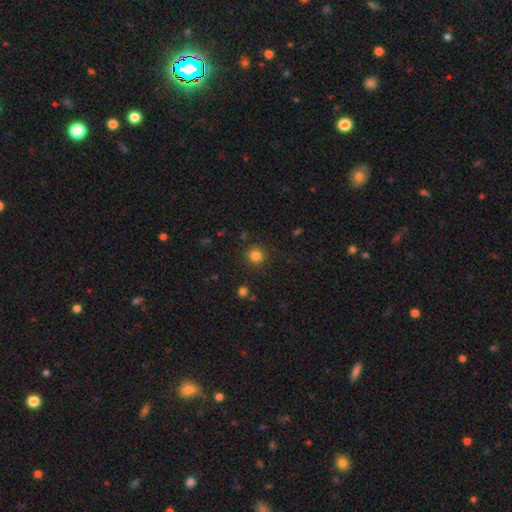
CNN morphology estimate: Smooth or featured?
  - smooth: 82% *
  - star or artifact: 13%
  - featured or disk: 5%
How rounded?
  - round: 91% *
  - in between: 8%
  - cigar-shaped: 1%
Merging?
  - none: 88% *
  - minor disturbance: 7%
  - major disturbance: 3%
  - merger: 2%